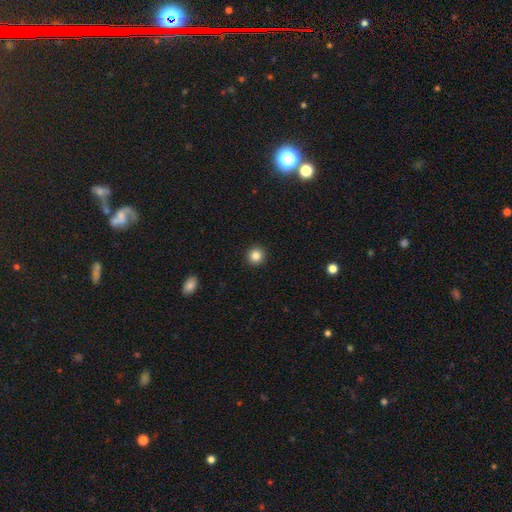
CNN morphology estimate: Smooth or featured?
  - smooth: 84% *
  - star or artifact: 11%
  - featured or disk: 5%
How rounded?
  - round: 94% *
  - in between: 5%
  - cigar-shaped: 1%
Merging?
  - none: 93% *
  - minor disturbance: 5%
  - major disturbance: 2%
  - merger: 1%